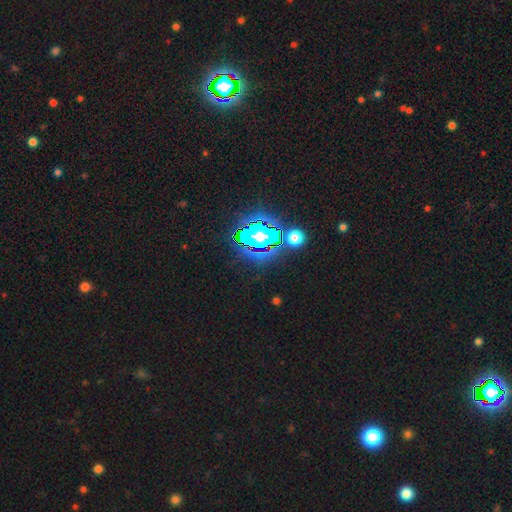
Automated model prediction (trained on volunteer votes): Overall: star or artifact (85%).